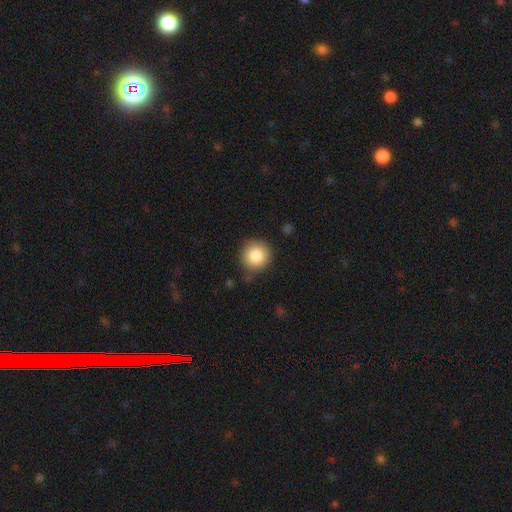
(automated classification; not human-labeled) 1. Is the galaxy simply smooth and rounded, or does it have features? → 84% smooth, 9% star or artifact, 7% featured or disk.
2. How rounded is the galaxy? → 93% round, 6% in between, 1% cigar-shaped.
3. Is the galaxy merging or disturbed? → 82% none, 13% minor disturbance, 3% major disturbance, 2% merger.